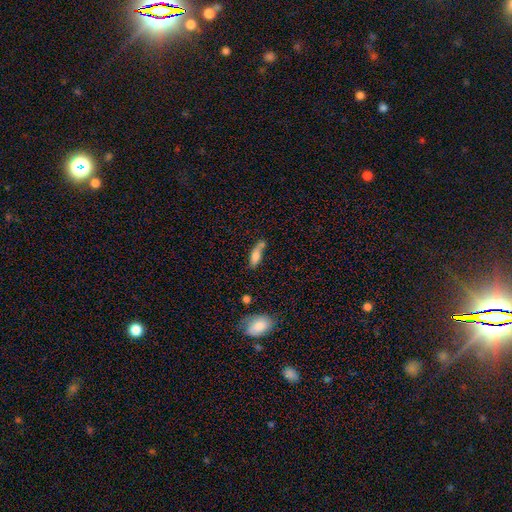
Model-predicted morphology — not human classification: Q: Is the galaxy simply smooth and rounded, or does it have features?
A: smooth — 73%.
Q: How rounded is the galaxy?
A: in between — 58%.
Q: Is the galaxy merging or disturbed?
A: none — 39%.